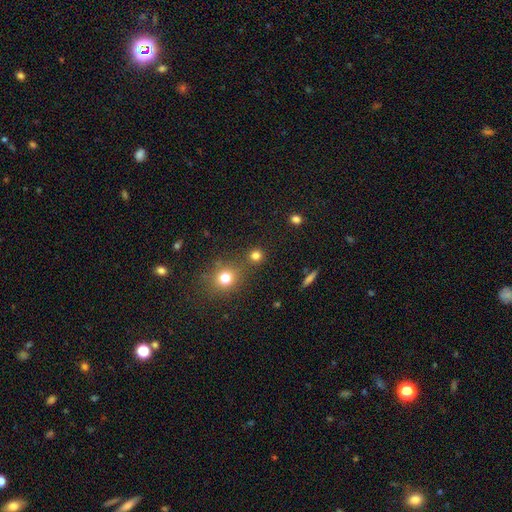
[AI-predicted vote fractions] The model was most divided on "smooth or featured": smooth: 77%, star or artifact: 17%, featured or disk: 5%. More confident: how rounded — round (93%); merging — none (80%).